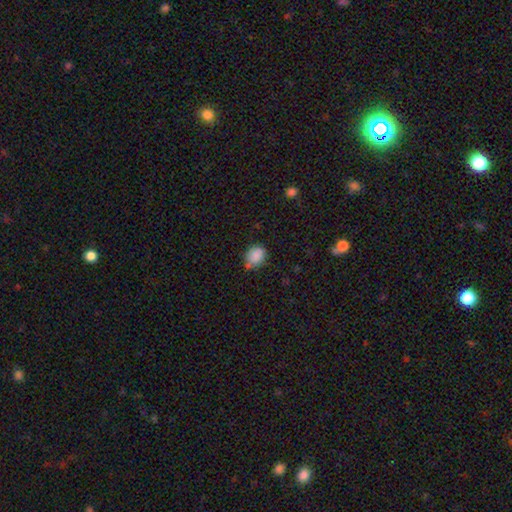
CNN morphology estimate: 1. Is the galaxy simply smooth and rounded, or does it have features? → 87% smooth, 9% star or artifact, 5% featured or disk.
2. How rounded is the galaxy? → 51% in between, 48% round, 1% cigar-shaped.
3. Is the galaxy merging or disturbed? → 66% none, 23% minor disturbance, 6% merger, 5% major disturbance.